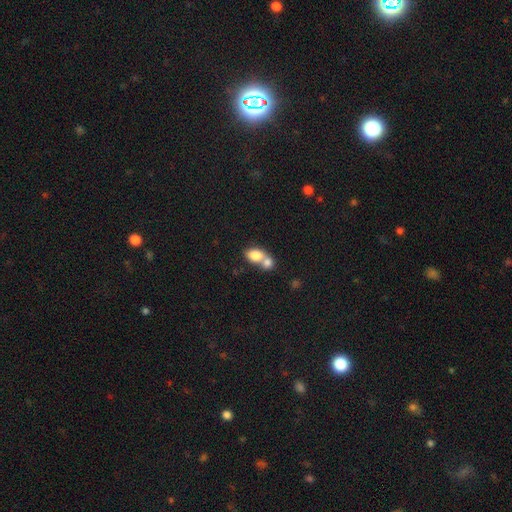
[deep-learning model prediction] Morphology: type=smooth (79%); roundness=in between (75%); merging=merger (69%).